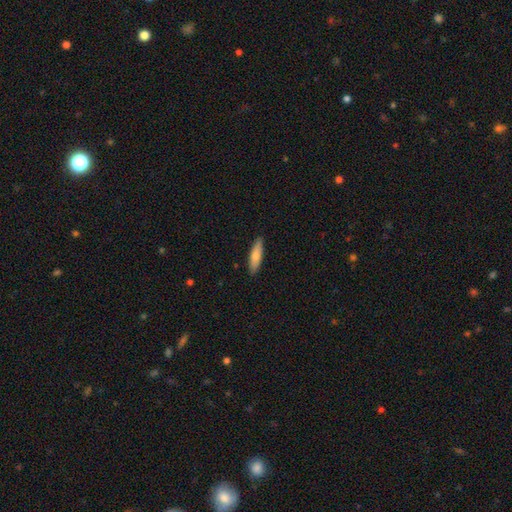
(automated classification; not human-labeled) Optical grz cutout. It shows a smooth galaxy with no disk features (74%) that is cigar-shaped (63%). Merging: none (89%).